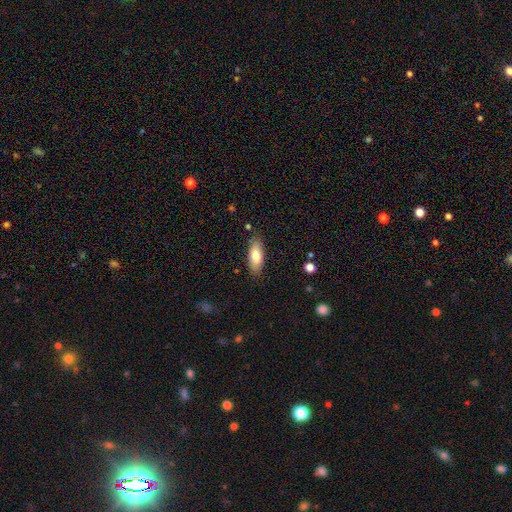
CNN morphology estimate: Smooth or featured?
  - smooth: 77% *
  - featured or disk: 16%
  - star or artifact: 6%
How rounded?
  - in between: 75% *
  - cigar-shaped: 23%
  - round: 2%
Merging?
  - none: 83% *
  - minor disturbance: 12%
  - major disturbance: 3%
  - merger: 2%